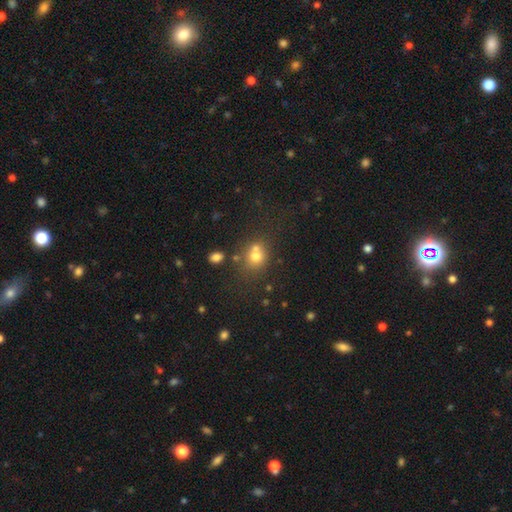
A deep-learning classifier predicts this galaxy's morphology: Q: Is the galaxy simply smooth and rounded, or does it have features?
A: smooth — 69%.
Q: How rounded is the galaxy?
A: round — 73%.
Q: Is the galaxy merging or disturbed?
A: none — 48%.